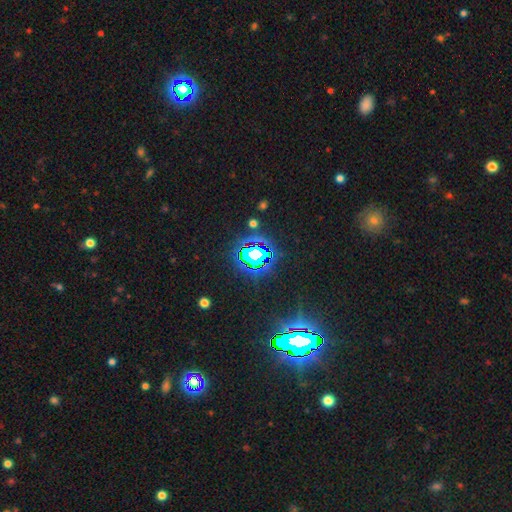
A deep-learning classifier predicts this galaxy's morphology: This is clearly a star or artifact rather than a galaxy (82%).